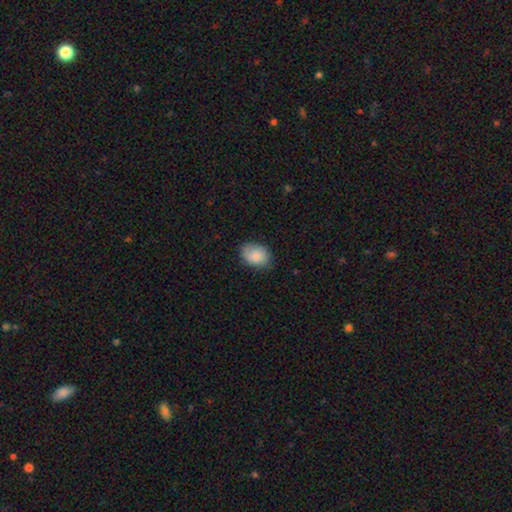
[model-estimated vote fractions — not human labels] This appears to be a smooth galaxy with no disk features (84%) that is in between round and cigar-shaped (69%). Merging: none (75%).